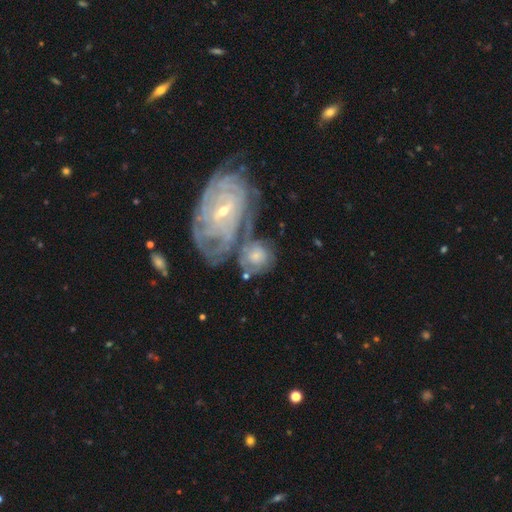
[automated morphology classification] smooth-or-featured: featured or disk: 63% | smooth: 30% | star or artifact: 7%
  disk-edge-on: no: 95% | yes: 5%
    bar: no: 58% | weak: 30% | strong: 12%
    has-spiral-arms: yes: 79% | no: 21%
    bulge-size: moderate: 46% | small: 40% | large: 8% | none: 5% | dominant: 2%
  merging: merger: 49% | none: 30% | minor disturbance: 12% | major disturbance: 10%